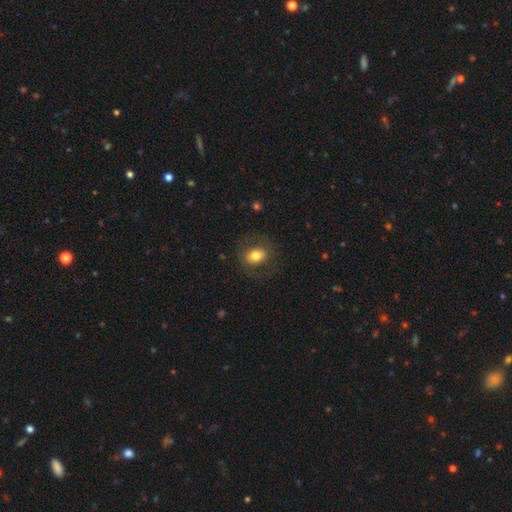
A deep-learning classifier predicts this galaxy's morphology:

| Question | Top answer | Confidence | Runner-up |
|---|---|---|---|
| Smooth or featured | smooth | 74% | featured or disk (18%) |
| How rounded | round | 50% | in between (49%) |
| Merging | none | 77% | minor disturbance (13%) |